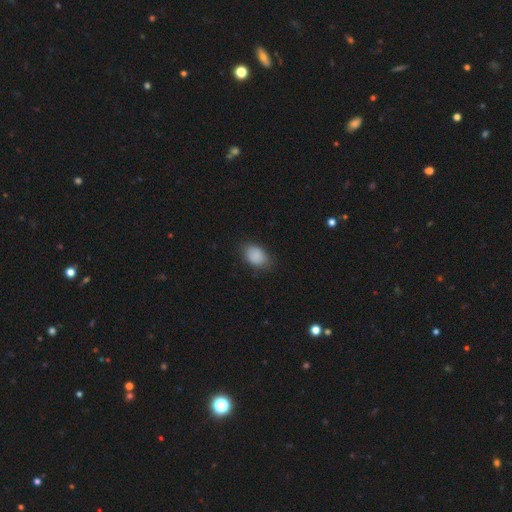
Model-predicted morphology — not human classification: Q: Smooth or featured?
A: smooth (88%); runner-up: star or artifact (8%)
Q: How rounded?
A: in between (82%); runner-up: round (17%)
Q: Merging?
A: none (77%); runner-up: minor disturbance (18%)